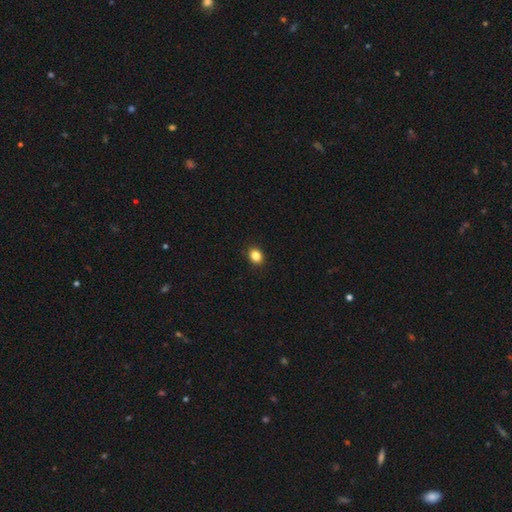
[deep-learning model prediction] Q: Smooth or featured?
A: smooth (84%); runner-up: star or artifact (11%)
Q: How rounded?
A: round (60%); runner-up: in between (39%)
Q: Merging?
A: none (92%); runner-up: minor disturbance (6%)